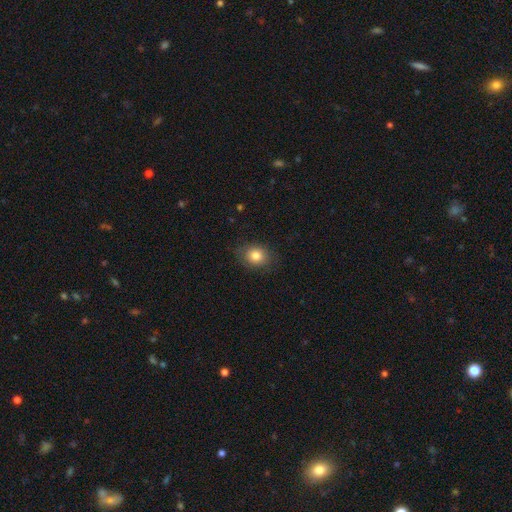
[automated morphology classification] smooth_or_featured: smooth (p=0.81) [alt: star or artifact p=0.11]
how_rounded: round (p=0.60) [alt: in between p=0.39]
merging: none (p=0.83) [alt: minor disturbance p=0.13]